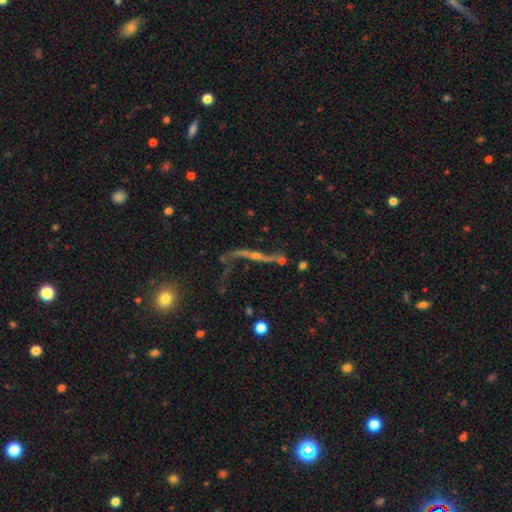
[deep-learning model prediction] smooth_or_featured: featured or disk (p=0.65) [alt: star or artifact p=0.20]
disk_edge_on: yes (p=0.54) [alt: no p=0.46]
merging: none (p=0.49) [alt: major disturbance p=0.23]